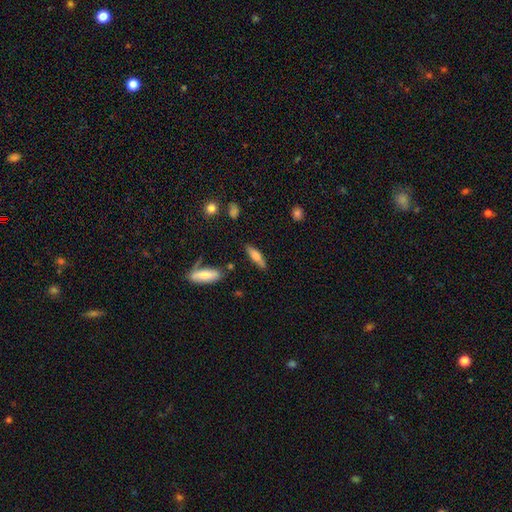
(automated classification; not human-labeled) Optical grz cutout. It shows a smooth galaxy with no disk features (61%) that is cigar-shaped (61%). Merging: none (80%).